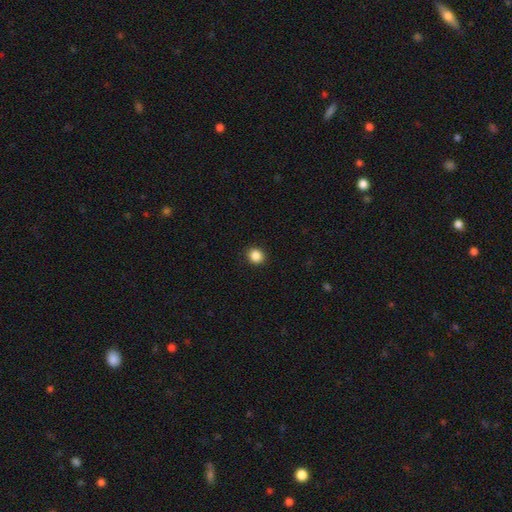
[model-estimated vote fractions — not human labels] smooth_or_featured: smooth (p=0.87) [alt: star or artifact p=0.10]
how_rounded: round (p=0.86) [alt: in between p=0.13]
merging: none (p=0.92) [alt: minor disturbance p=0.05]